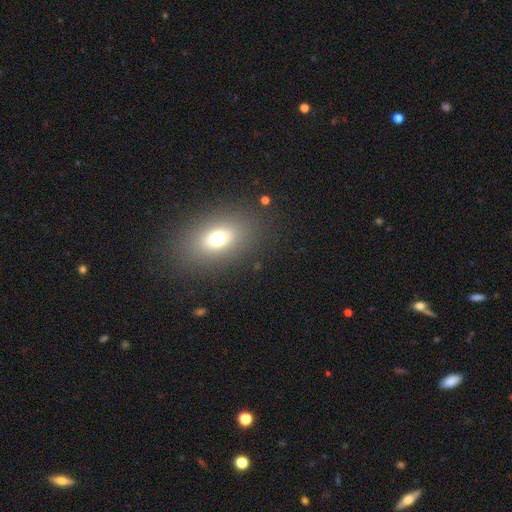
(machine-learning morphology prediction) type=smooth (68%); roundness=in between (77%); merging=none (90%).